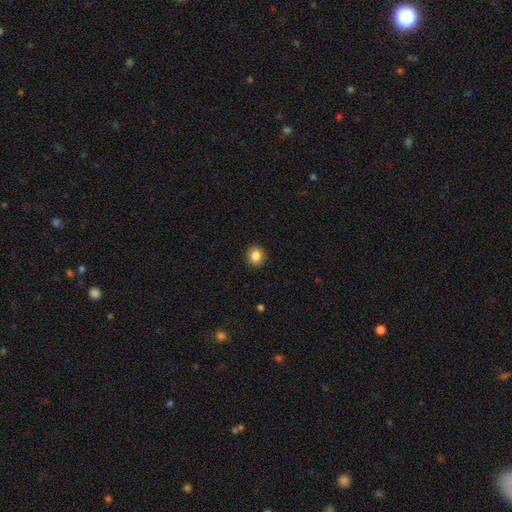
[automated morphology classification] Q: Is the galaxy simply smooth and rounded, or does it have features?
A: smooth — 85%.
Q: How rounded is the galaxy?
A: round — 88%.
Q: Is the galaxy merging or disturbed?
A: none — 93%.